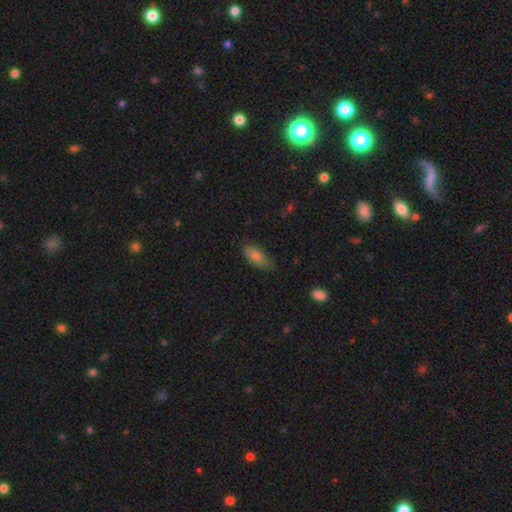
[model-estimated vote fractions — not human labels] A smooth galaxy with no disk features (77%) that is in between round and cigar-shaped (84%). Merging: none (68%).